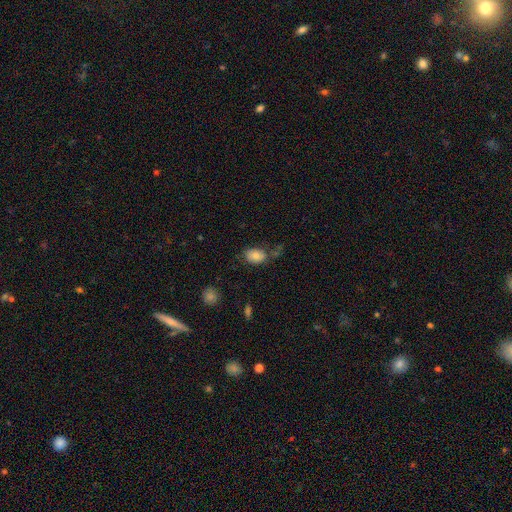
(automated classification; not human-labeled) smooth_or_featured: smooth (p=0.78) [alt: featured or disk p=0.13]
how_rounded: in between (p=0.80) [alt: round p=0.19]
merging: none (p=0.64) [alt: minor disturbance p=0.21]